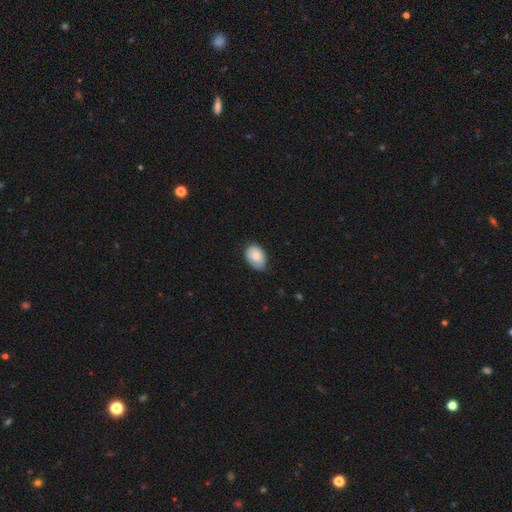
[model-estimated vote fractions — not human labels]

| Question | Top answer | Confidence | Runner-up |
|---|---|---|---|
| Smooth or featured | smooth | 85% | featured or disk (8%) |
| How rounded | in between | 84% | round (15%) |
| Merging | none | 67% | minor disturbance (28%) |